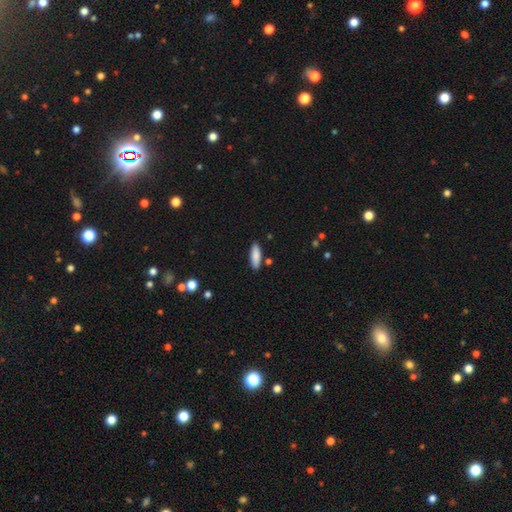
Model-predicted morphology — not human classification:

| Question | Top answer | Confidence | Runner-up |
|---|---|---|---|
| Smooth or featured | smooth | 86% | featured or disk (8%) |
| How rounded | in between | 56% | cigar-shaped (43%) |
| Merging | none | 85% | minor disturbance (9%) |